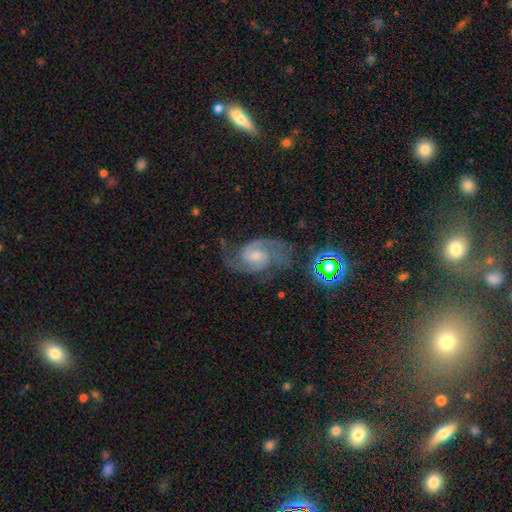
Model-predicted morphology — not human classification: smooth_or_featured: featured or disk (p=0.86) [alt: star or artifact p=0.09]
disk_edge_on: no (p=0.98) [alt: yes p=0.02]
bar: weak (p=0.53) [alt: no p=0.36]
has_spiral_arms: yes (p=0.98) [alt: no p=0.02]
spiral_winding: medium (p=0.58) [alt: tight p=0.29]
spiral_arm_count: 2 (p=0.82) [alt: 3 p=0.07]
bulge_size: small (p=0.43) [alt: moderate p=0.41]
merging: none (p=0.70) [alt: minor disturbance p=0.17]